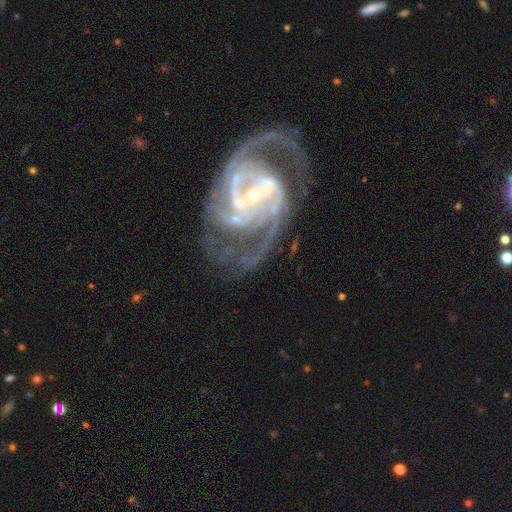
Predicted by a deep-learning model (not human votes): smooth_or_featured: featured or disk (p=0.91) [alt: star or artifact p=0.06]
disk_edge_on: no (p=0.98) [alt: yes p=0.02]
bar: weak (p=0.38) [tied with: strong p=0.38]
has_spiral_arms: yes (p=0.98) [alt: no p=0.02]
spiral_winding: medium (p=0.53) [alt: tight p=0.33]
spiral_arm_count: 2 (p=0.57) [alt: 3 p=0.17]
bulge_size: small (p=0.73) [alt: moderate p=0.21]
merging: none (p=0.55) [alt: major disturbance p=0.16]